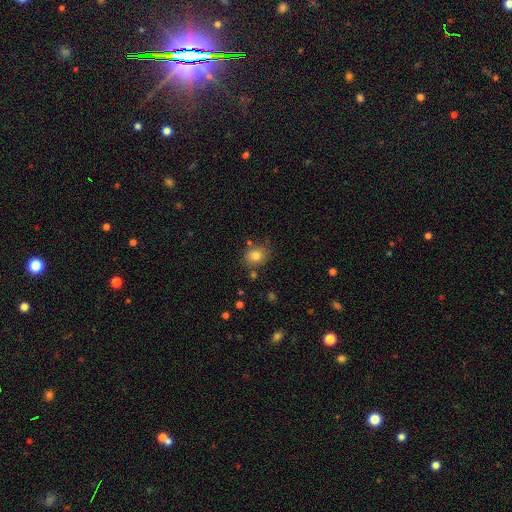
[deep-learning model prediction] Q: Smooth or featured?
A: smooth (80%); runner-up: star or artifact (11%)
Q: How rounded?
A: round (59%); runner-up: in between (40%)
Q: Merging?
A: none (77%); runner-up: minor disturbance (14%)